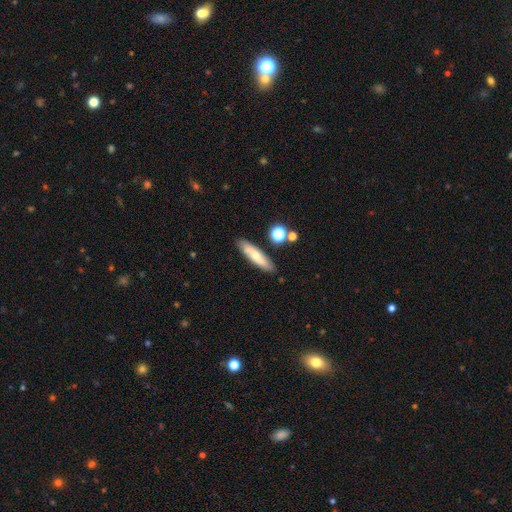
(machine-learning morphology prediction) smooth-or-featured: smooth: 62% | featured or disk: 30% | star or artifact: 8%
  how-rounded: cigar-shaped: 76% | in between: 22% | round: 2%
  merging: none: 82% | minor disturbance: 11% | merger: 4% | major disturbance: 2%